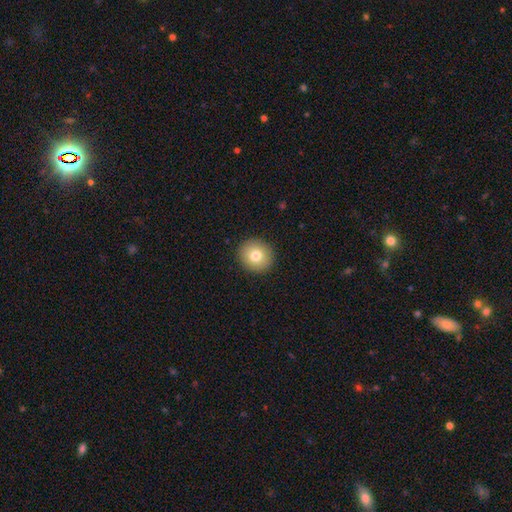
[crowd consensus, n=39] Overall: smooth (82%). How rounded: round (100%). Merging: none (97%).